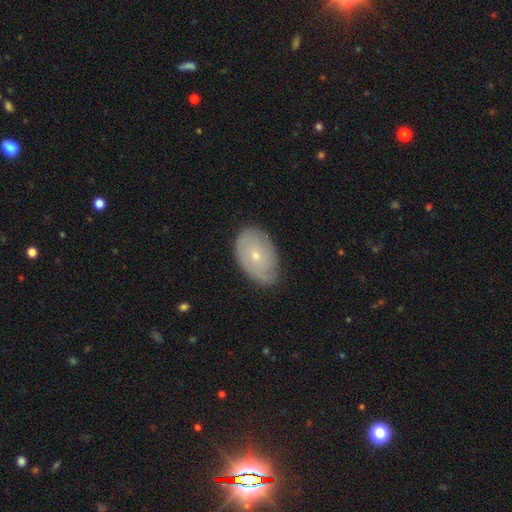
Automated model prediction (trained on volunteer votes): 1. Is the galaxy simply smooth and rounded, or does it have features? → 52% featured or disk, 41% smooth, 7% star or artifact.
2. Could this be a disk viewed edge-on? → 94% no, 6% yes.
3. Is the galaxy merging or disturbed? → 69% none, 25% minor disturbance, 5% major disturbance, 1% merger.